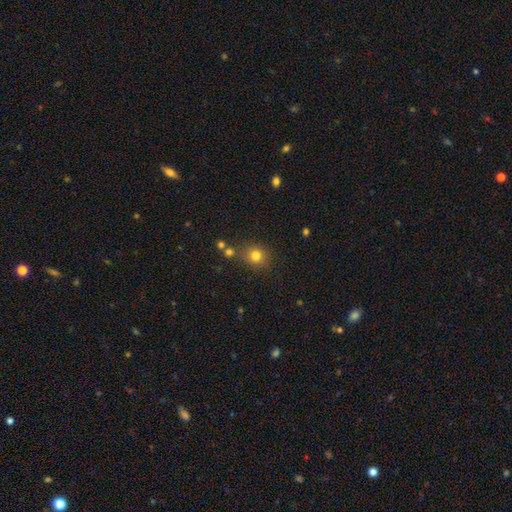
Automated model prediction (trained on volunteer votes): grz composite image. It shows a smooth galaxy with no disk features (79%) that is round (83%). Merging: none (76%).